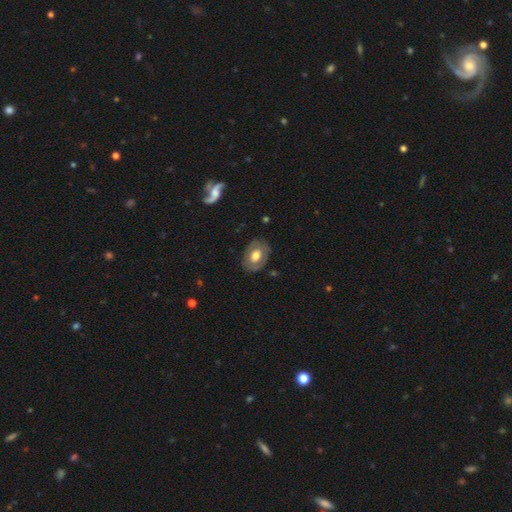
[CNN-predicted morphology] smooth-or-featured: smooth: 50% | featured or disk: 43% | star or artifact: 6%
  how-rounded: in between: 74% | round: 25% | cigar-shaped: 1%
  merging: none: 79% | minor disturbance: 15% | major disturbance: 5% | merger: 1%